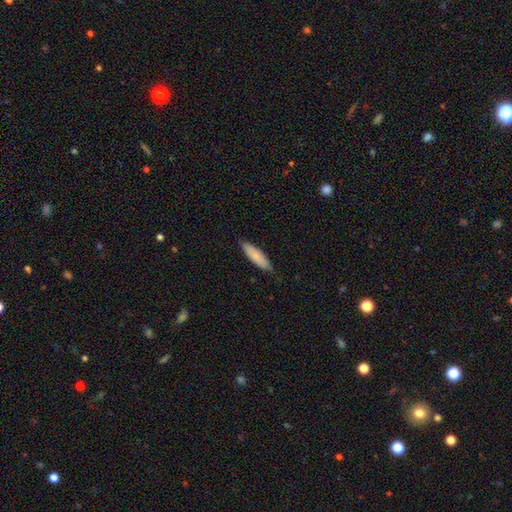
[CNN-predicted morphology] Smooth or featured? smooth (83%)
How rounded? cigar-shaped (65%)
Merging? none (84%)